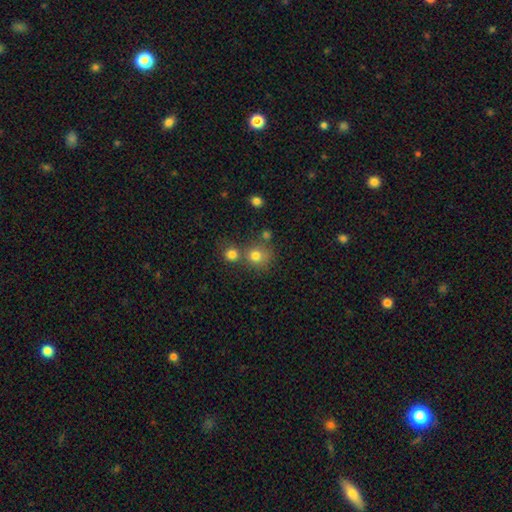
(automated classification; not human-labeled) A smooth galaxy with no disk features (76%) that is round (86%).

Vote fractions:
- Smooth or featured? smooth: 76% / star or artifact: 15% / featured or disk: 9%
- How rounded? round: 86% / in between: 13% / cigar-shaped: 1%
- Merging? none: 55% / merger: 30% / minor disturbance: 10% / major disturbance: 5%